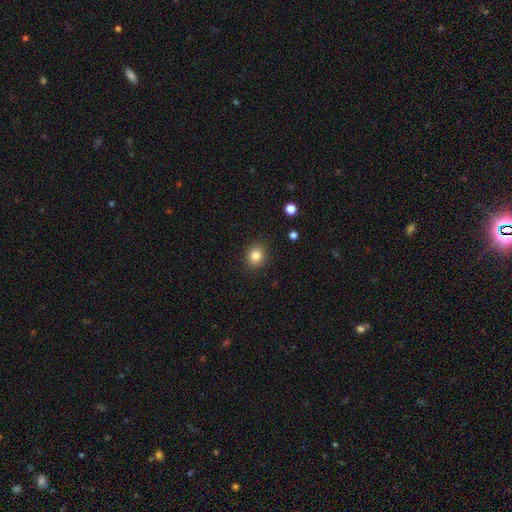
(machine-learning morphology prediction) This appears to be a smooth galaxy with no disk features (83%) that is round (69%). Merging: none (89%).